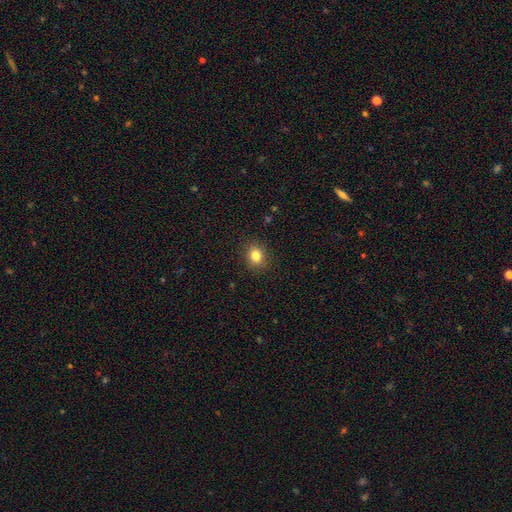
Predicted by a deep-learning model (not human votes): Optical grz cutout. It shows a smooth galaxy with no disk features (82%) that is round (67%). Merging: none (89%).